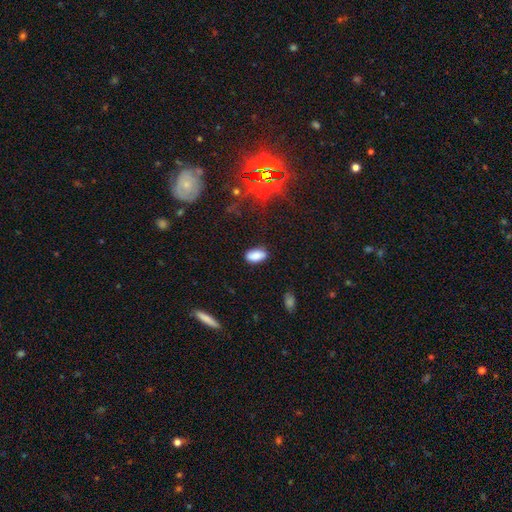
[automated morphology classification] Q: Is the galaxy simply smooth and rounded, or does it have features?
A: smooth — 85%.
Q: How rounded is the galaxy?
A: in between — 93%.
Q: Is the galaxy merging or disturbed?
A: none — 83%.